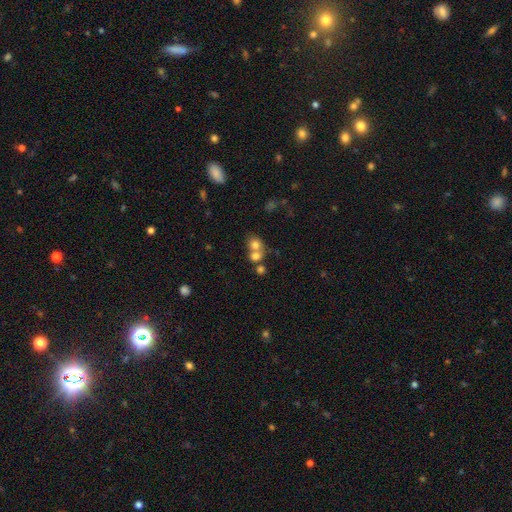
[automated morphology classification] Q: Smooth or featured?
A: smooth (73%); runner-up: featured or disk (14%)
Q: How rounded?
A: round (73%); runner-up: in between (26%)
Q: Merging?
A: merger (56%); runner-up: none (34%)